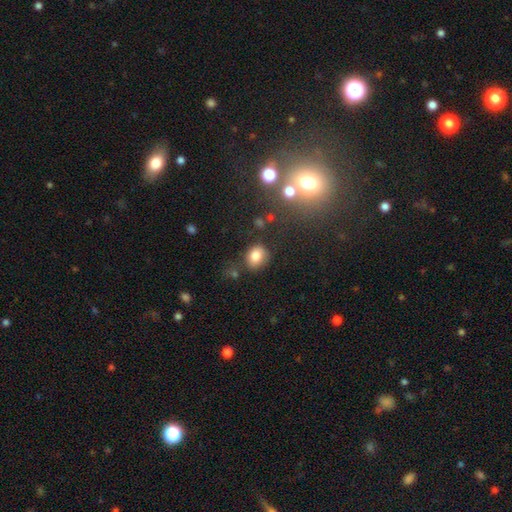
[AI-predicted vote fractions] The model was most divided on "how rounded": round: 53%, in between: 46%, cigar-shaped: 1%. More confident: smooth or featured — smooth (81%); merging — none (74%).